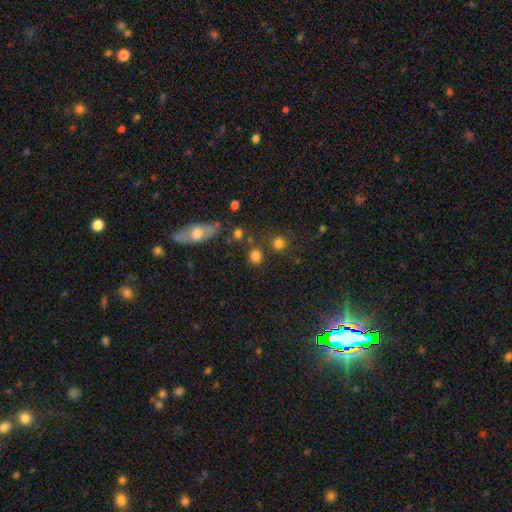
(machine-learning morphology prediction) Overall: smooth (81%). How rounded: round (80%). Merging: none (76%).